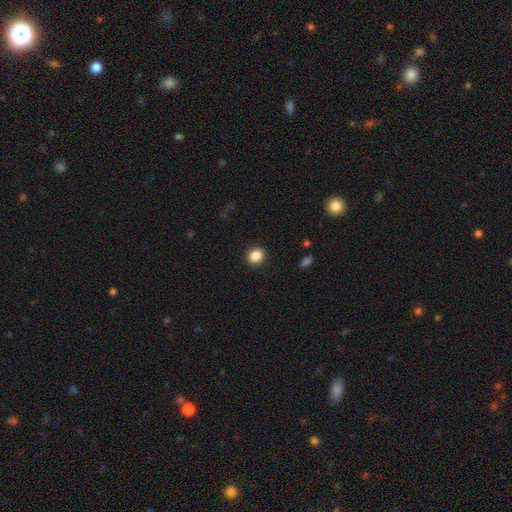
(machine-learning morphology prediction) smooth-or-featured: smooth: 87% | star or artifact: 9% | featured or disk: 3%
  how-rounded: round: 65% | in between: 34% | cigar-shaped: 1%
  merging: none: 90% | minor disturbance: 7% | major disturbance: 2% | merger: 1%